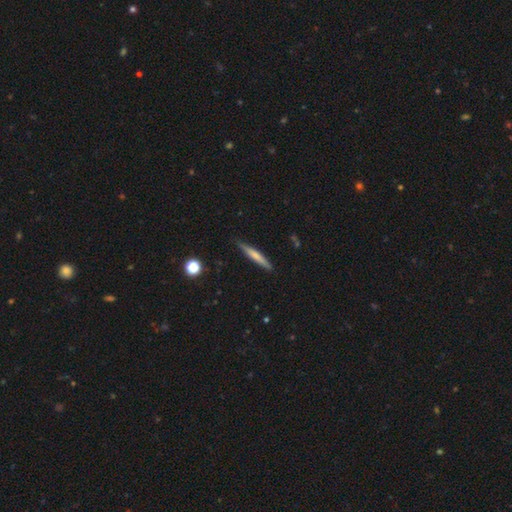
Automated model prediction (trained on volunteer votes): A smooth galaxy with no disk features (58%) that is cigar-shaped (94%). Merging: none (87%).